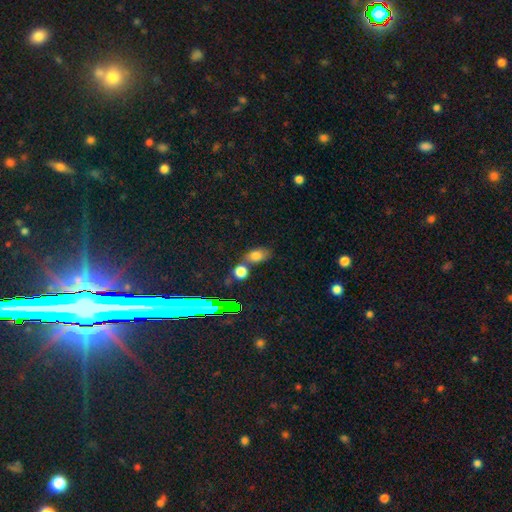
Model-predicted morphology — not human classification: smooth-or-featured: smooth: 71% | star or artifact: 19% | featured or disk: 10%
  how-rounded: in between: 76% | round: 22% | cigar-shaped: 2%
  merging: none: 57% | merger: 24% | minor disturbance: 14% | major disturbance: 5%